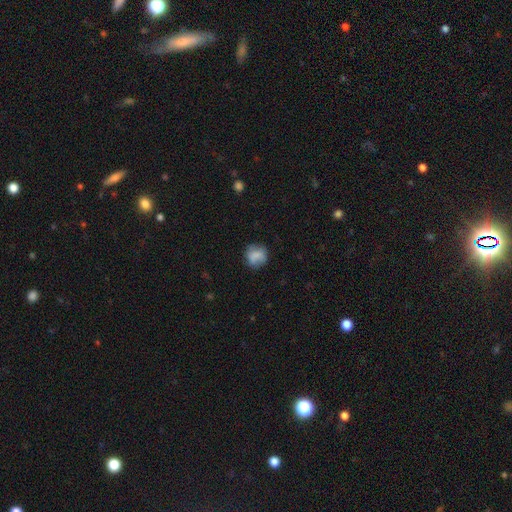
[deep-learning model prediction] smooth 77%, featured or disk 15%, star or artifact 9%. Down the decision tree: how rounded — round (81%); merging — none (70%).